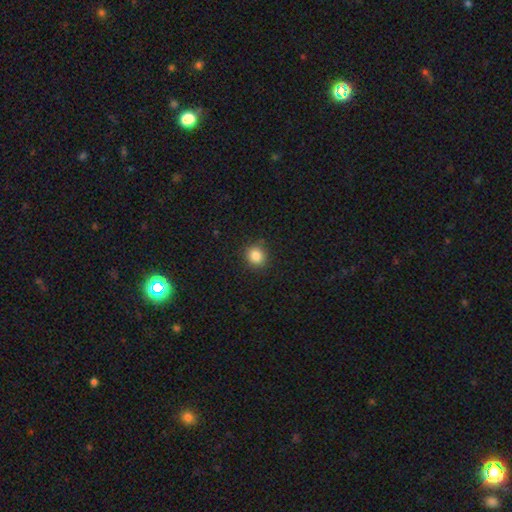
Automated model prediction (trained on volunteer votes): This appears to be a smooth galaxy with no disk features (85%) that is round (83%). Merging: none (86%).